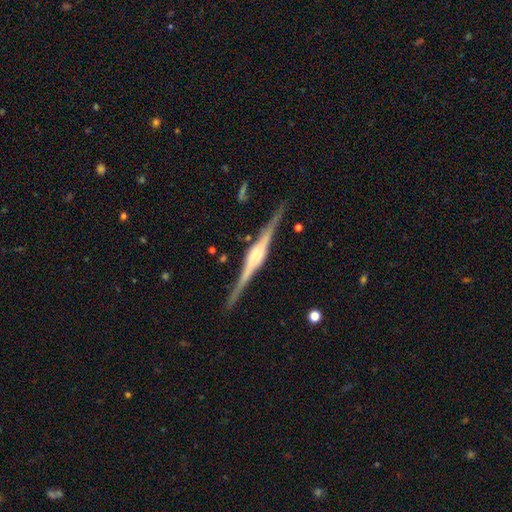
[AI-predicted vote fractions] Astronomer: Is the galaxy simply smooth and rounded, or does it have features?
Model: featured or disk — 87%.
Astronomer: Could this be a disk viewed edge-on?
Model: yes — 98%.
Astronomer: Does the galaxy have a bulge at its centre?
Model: rounded — 59% (runner-up: boxy, 37%).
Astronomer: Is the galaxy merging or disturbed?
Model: none — 87%.